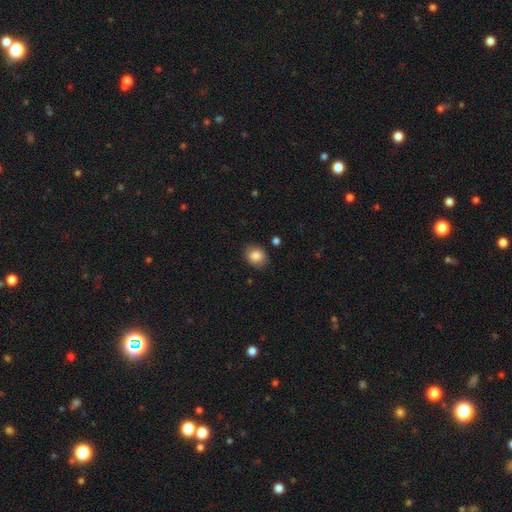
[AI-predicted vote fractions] This appears to be a smooth galaxy with no disk features (85%) that is in between round and cigar-shaped (52%). Merging: none (83%).